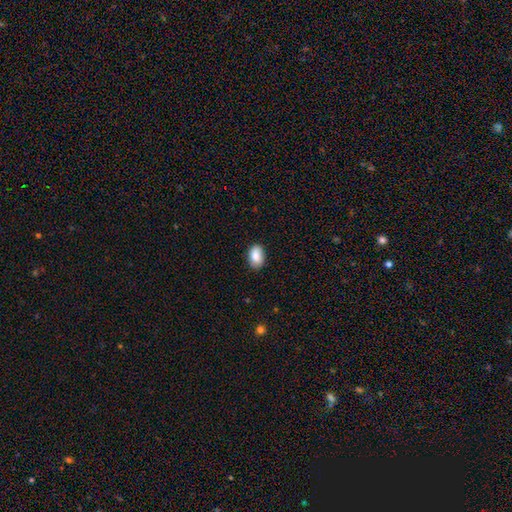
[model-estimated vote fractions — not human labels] The model was most divided on "merging": none: 83%, minor disturbance: 13%, major disturbance: 2%, merger: 1%. More confident: how rounded — in between (86%); smooth or featured — smooth (86%).